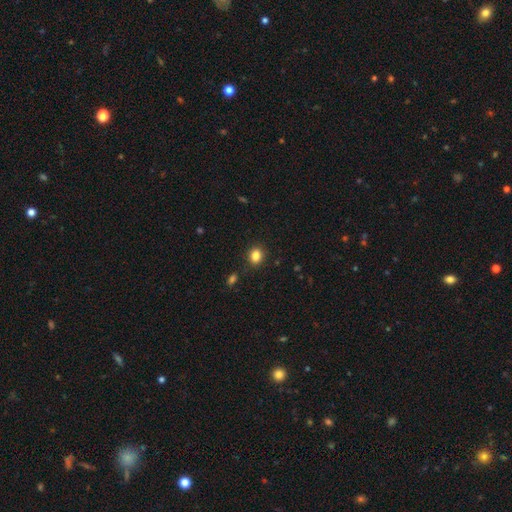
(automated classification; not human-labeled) This appears to be a smooth galaxy with no disk features (84%) that is round (58%). Merging: none (88%).